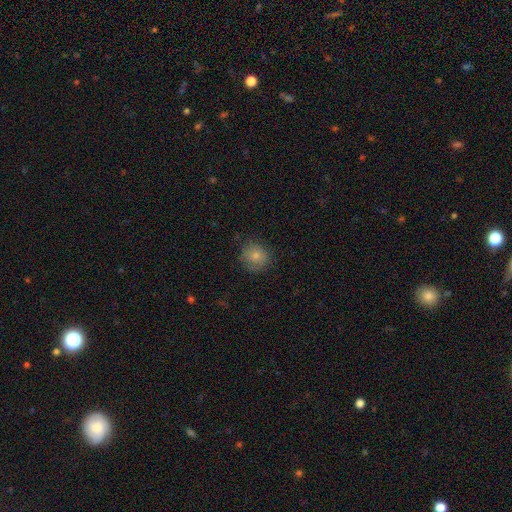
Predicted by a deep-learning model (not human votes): smooth 79%, featured or disk 11%, star or artifact 10%. Down the decision tree: how rounded — round (87%); merging — none (77%).